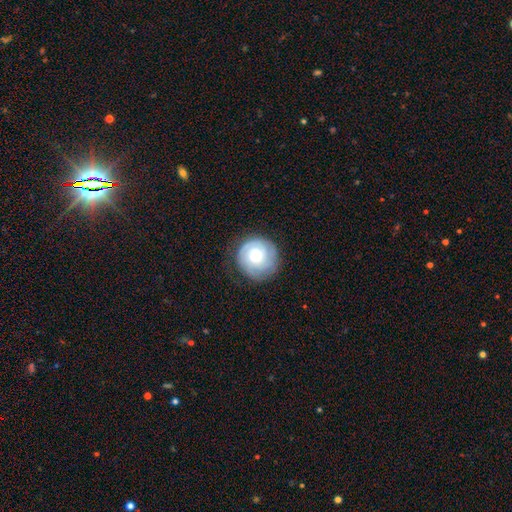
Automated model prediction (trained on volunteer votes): Q: Smooth or featured?
A: featured or disk (59%); runner-up: smooth (34%)
Q: Edge-on disk?
A: no (97%); runner-up: yes (3%)
Q: Bar?
A: no (82%); runner-up: weak (16%)
Q: Spiral arms?
A: yes (86%); runner-up: no (14%)
Q: Bulge size?
A: moderate (68%); runner-up: small (20%)
Q: Merging?
A: none (78%); runner-up: minor disturbance (16%)